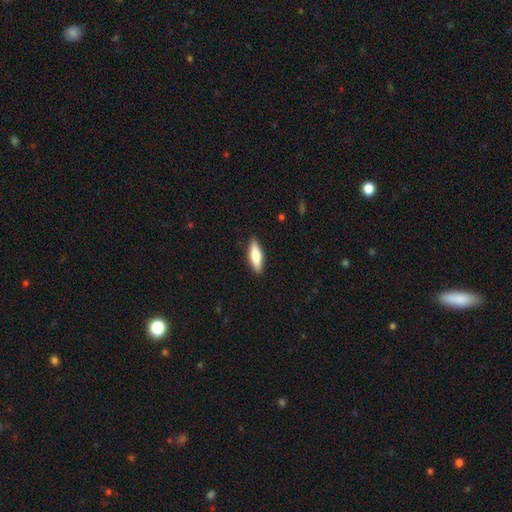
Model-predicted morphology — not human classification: Q: Smooth or featured?
A: smooth (71%); runner-up: featured or disk (24%)
Q: How rounded?
A: cigar-shaped (52%); runner-up: in between (46%)
Q: Merging?
A: none (89%); runner-up: minor disturbance (8%)